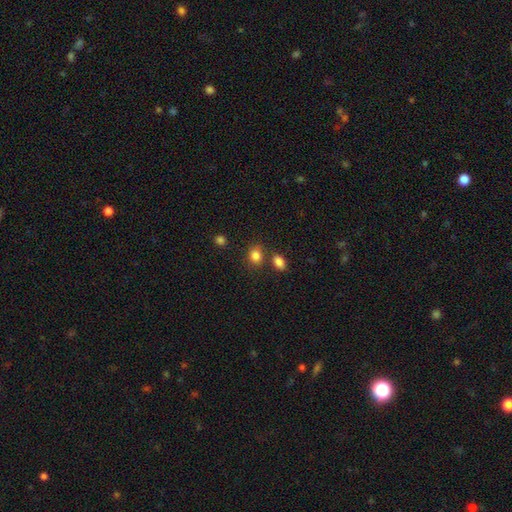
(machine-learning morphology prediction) This appears to be a smooth galaxy with no disk features (85%) that is round (52%). Merging: none (71%).